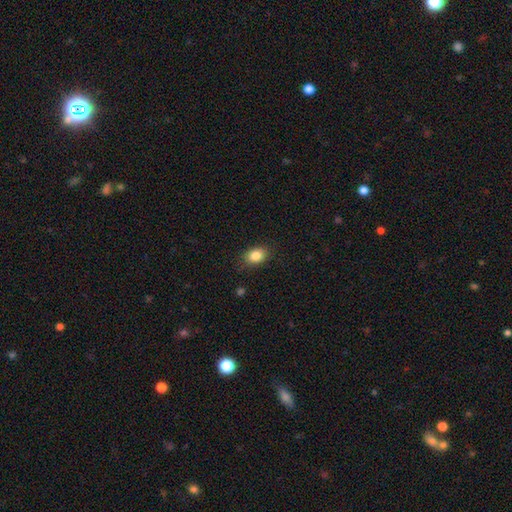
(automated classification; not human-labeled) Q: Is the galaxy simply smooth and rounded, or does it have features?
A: smooth — 85%.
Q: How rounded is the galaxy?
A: in between — 71%.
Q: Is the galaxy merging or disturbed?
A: none — 83%.